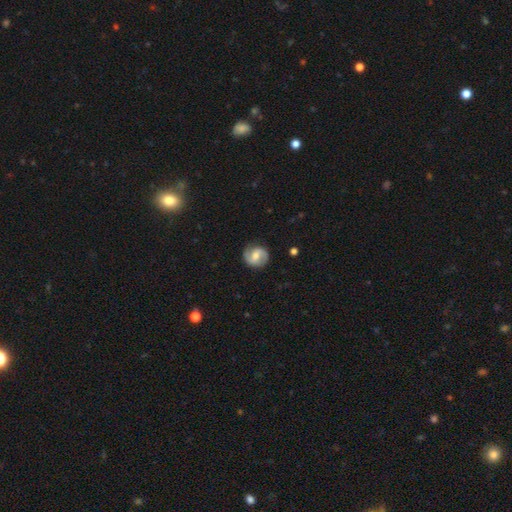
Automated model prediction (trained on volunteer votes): This is likely a featured or disk galaxy (77%). It is clearly not viewed edge-on (98%). Bar: possibly weak (49%). Spiral arm pattern: clearly yes (94%). Spiral arm count: clearly 2 (91%). Spiral winding: possibly medium (49%). Central bulge: likely moderate (62%). Merging: clearly none (85%).